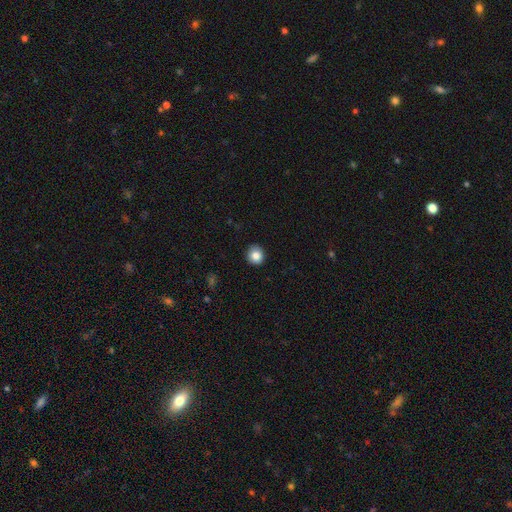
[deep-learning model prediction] This appears to be a smooth galaxy with no disk features (84%) that is round (86%). Merging: none (90%).